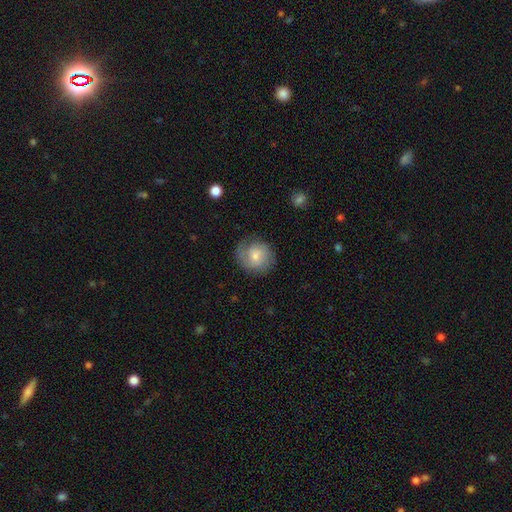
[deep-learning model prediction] A smooth galaxy with no disk features (49%). Merging: none (71%).